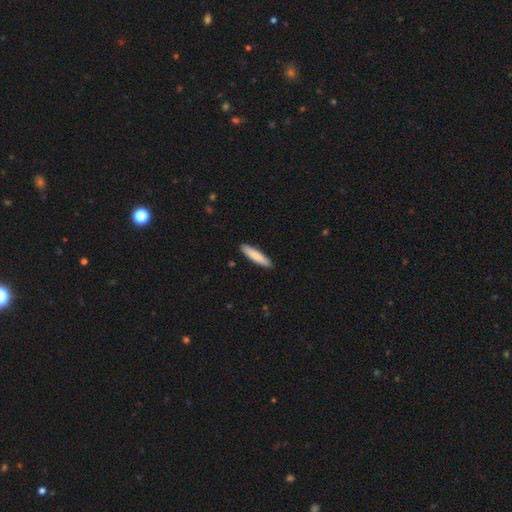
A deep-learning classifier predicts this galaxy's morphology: Q: Smooth or featured?
A: smooth (82%); runner-up: featured or disk (13%)
Q: How rounded?
A: cigar-shaped (86%); runner-up: in between (13%)
Q: Merging?
A: none (91%); runner-up: minor disturbance (7%)